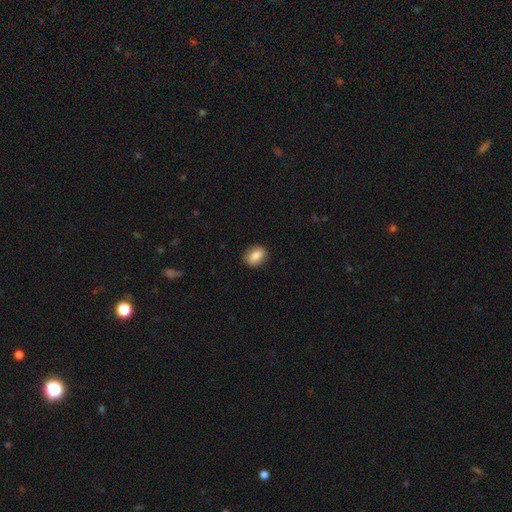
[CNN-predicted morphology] This is clearly a smooth galaxy (82%). How rounded: likely in between (75%). Merging: clearly none (87%).